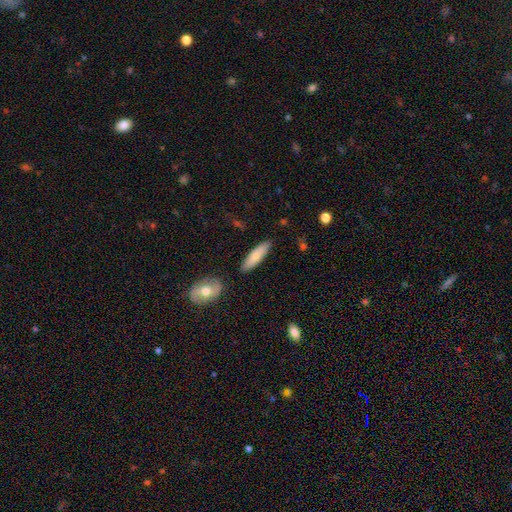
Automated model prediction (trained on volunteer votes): smooth 73%, featured or disk 21%, star or artifact 6%. Down the decision tree: how rounded — cigar-shaped (57%); merging — none (84%).